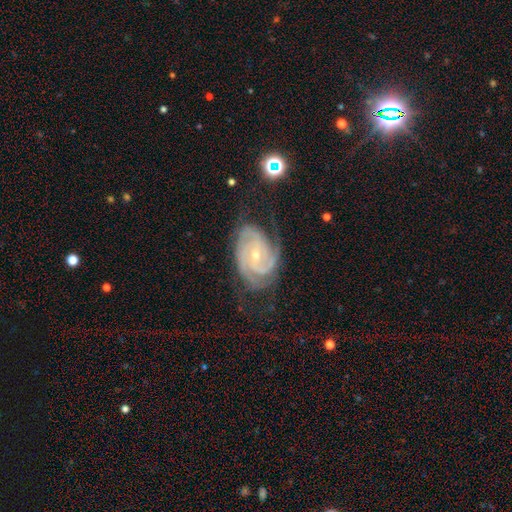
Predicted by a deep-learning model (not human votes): This appears to be a featured or disk galaxy (90%) with no bar (53%), 3 (40%) tight (67%) spiral arms (98%) and a small central bulge (64%). Merging: none (67%).